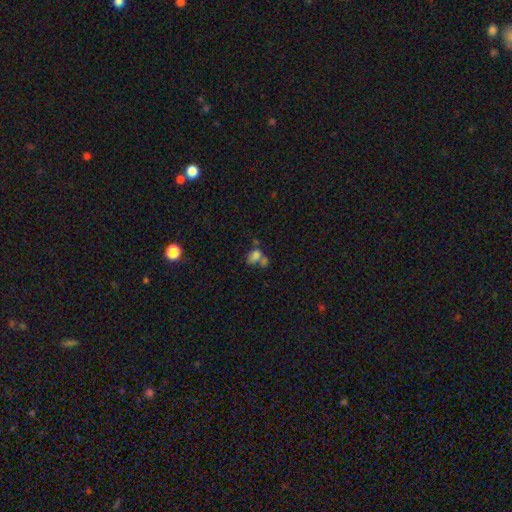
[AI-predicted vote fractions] Q: Smooth or featured?
A: smooth (68%); runner-up: featured or disk (17%)
Q: How rounded?
A: in between (73%); runner-up: round (24%)
Q: Merging?
A: merger (52%); runner-up: none (23%)